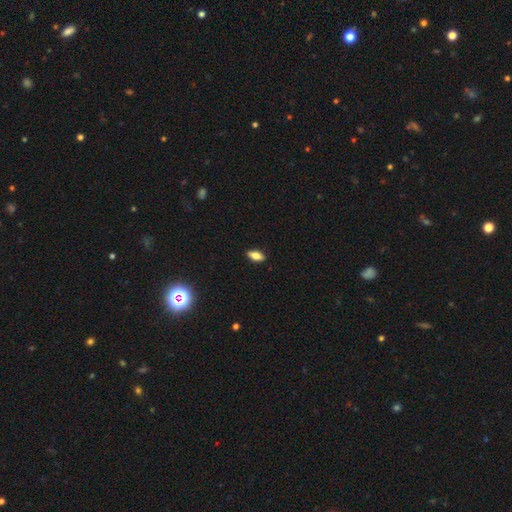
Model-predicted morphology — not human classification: type=smooth (73%); roundness=in between (84%); merging=none (89%).